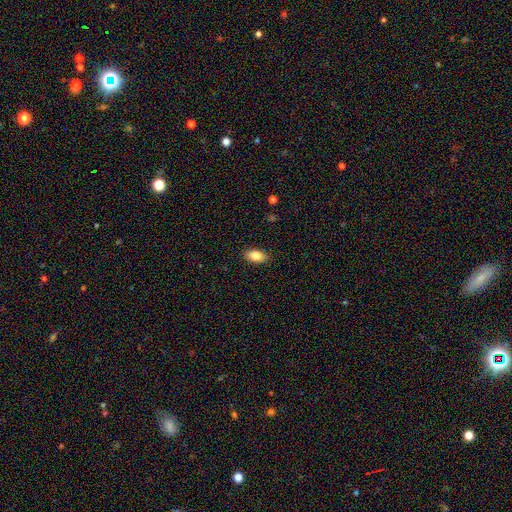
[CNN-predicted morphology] smooth-or-featured: smooth: 86% | star or artifact: 7% | featured or disk: 7%
  how-rounded: in between: 92% | cigar-shaped: 4% | round: 4%
  merging: none: 87% | minor disturbance: 10% | major disturbance: 2% | merger: 1%